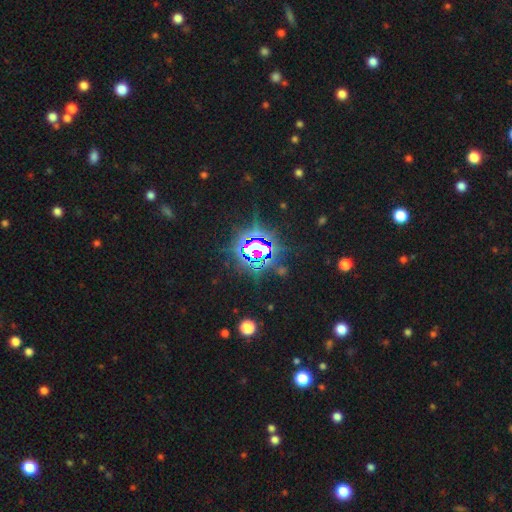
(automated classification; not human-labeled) Morphology: type=star or artifact (81%).